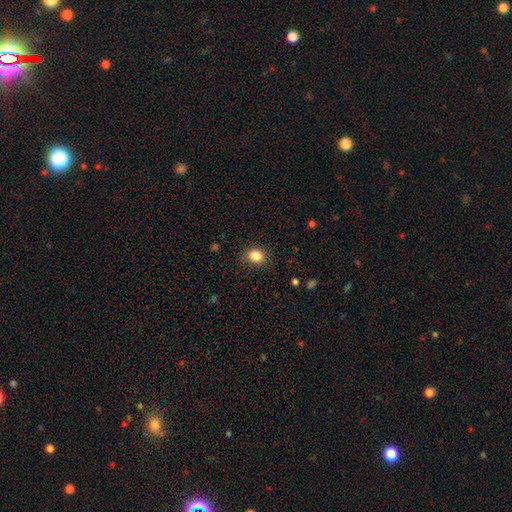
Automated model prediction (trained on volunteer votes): smooth 85%, star or artifact 11%, featured or disk 5%. Down the decision tree: how rounded — round (65%); merging — none (84%).